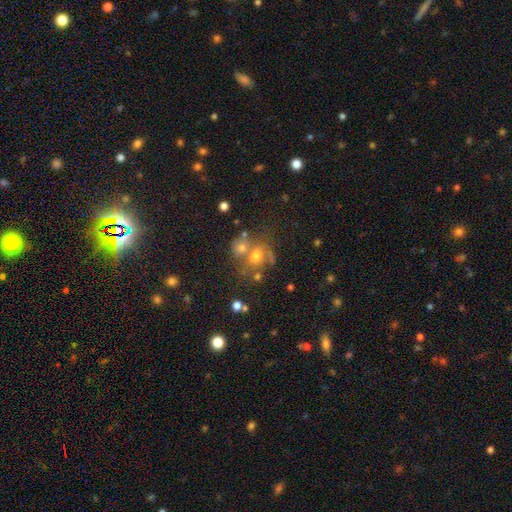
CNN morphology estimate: type=smooth (48%); merging=none (43%).